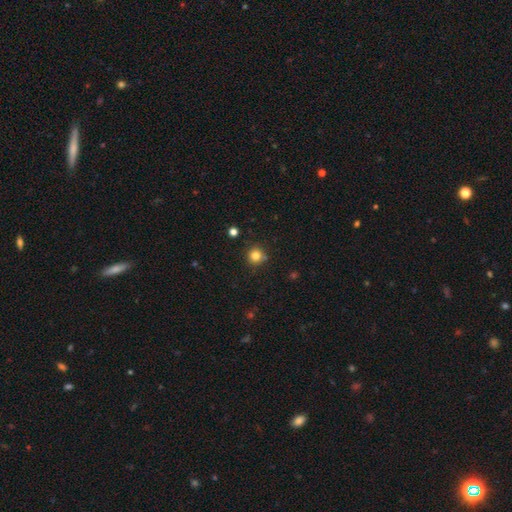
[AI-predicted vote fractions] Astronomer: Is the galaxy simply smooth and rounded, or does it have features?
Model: smooth — 82%.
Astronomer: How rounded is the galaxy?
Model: round — 94%.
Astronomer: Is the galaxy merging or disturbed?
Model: none — 82%.